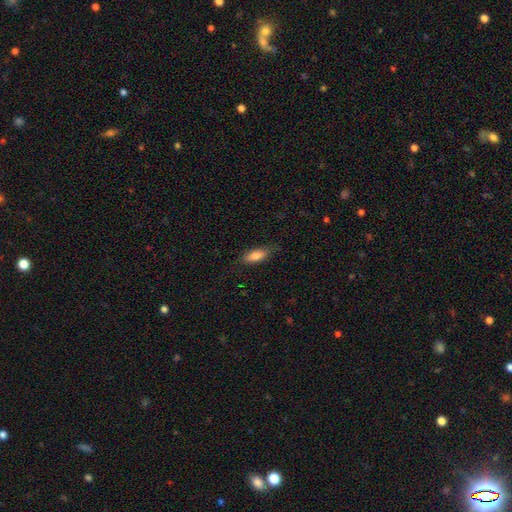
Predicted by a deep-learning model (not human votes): A smooth galaxy with no disk features (80%) that is in between round and cigar-shaped (68%). Merging: none (79%).